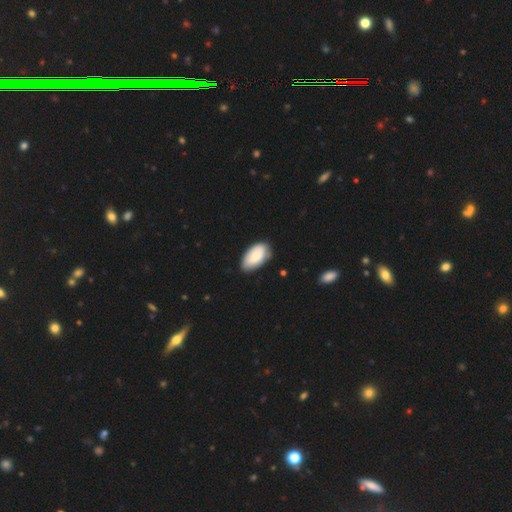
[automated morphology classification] Overall: smooth (79%). How rounded: in between (95%). Merging: none (72%).